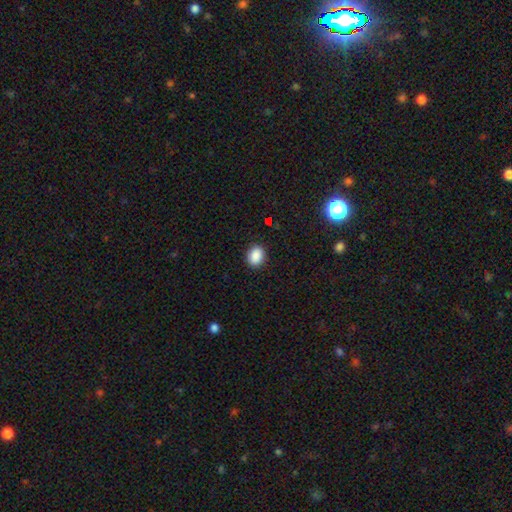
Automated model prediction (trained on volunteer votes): A smooth galaxy with no disk features (89%) that is in between round and cigar-shaped (59%).

Vote fractions:
- Smooth or featured? smooth: 89% / star or artifact: 9% / featured or disk: 3%
- How rounded? in between: 59% / round: 40% / cigar-shaped: 1%
- Merging? none: 88% / minor disturbance: 8% / major disturbance: 2% / merger: 1%